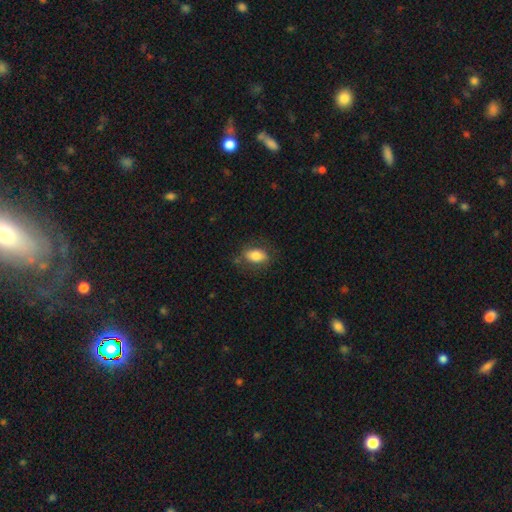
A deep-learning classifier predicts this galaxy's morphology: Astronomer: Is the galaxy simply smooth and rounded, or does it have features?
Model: smooth — 76%.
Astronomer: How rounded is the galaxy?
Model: in between — 86%.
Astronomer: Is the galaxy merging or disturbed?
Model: none — 72%.